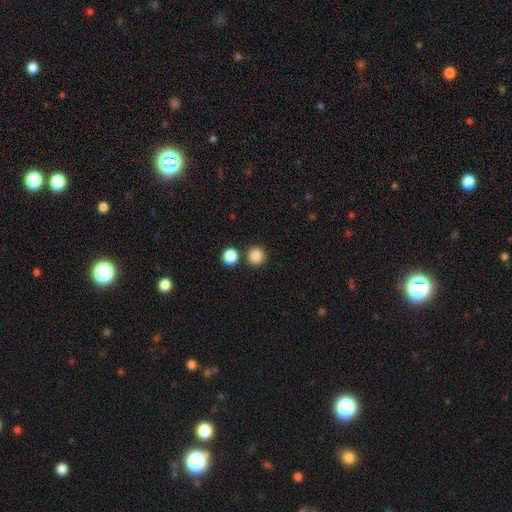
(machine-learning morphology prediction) This appears to be a smooth galaxy with no disk features (86%) that is round (93%). Merging: none (82%).